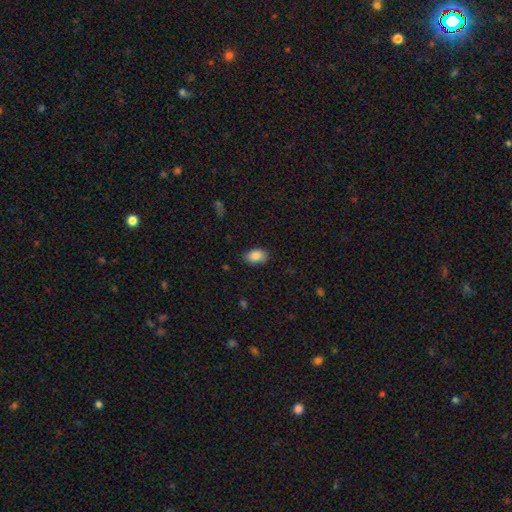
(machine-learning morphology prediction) A smooth galaxy with no disk features (87%) that is in between round and cigar-shaped (87%). Merging: none (82%).